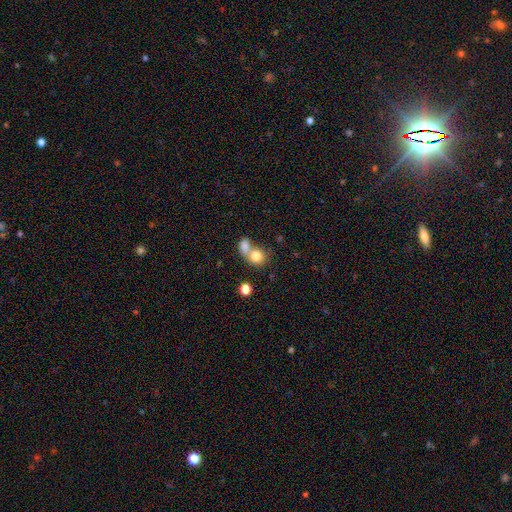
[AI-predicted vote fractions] Morphology: type=smooth (79%); roundness=round (74%); merging=merger (61%).